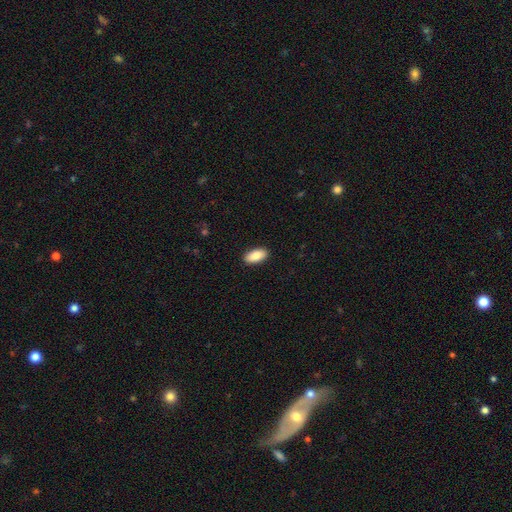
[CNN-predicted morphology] This is clearly a smooth galaxy (88%). How rounded: clearly in between (92%). Merging: clearly none (90%).